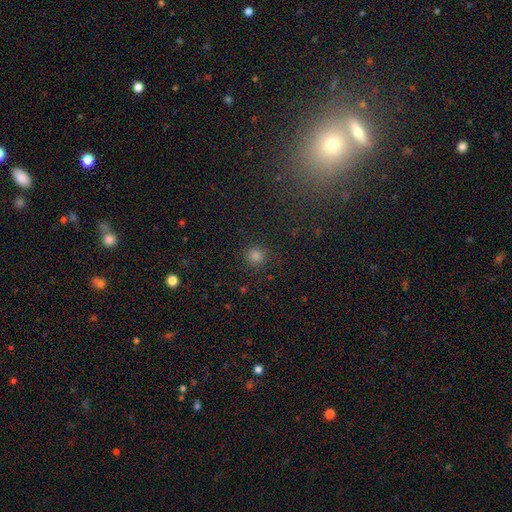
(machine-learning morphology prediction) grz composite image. It shows a smooth galaxy with no disk features (78%) that is round (92%). Merging: none (90%).